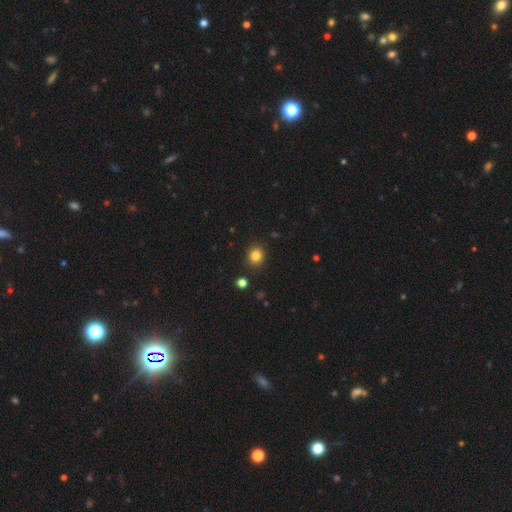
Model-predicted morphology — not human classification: This appears to be a smooth galaxy with no disk features (83%) that is round (77%). Merging: none (88%).